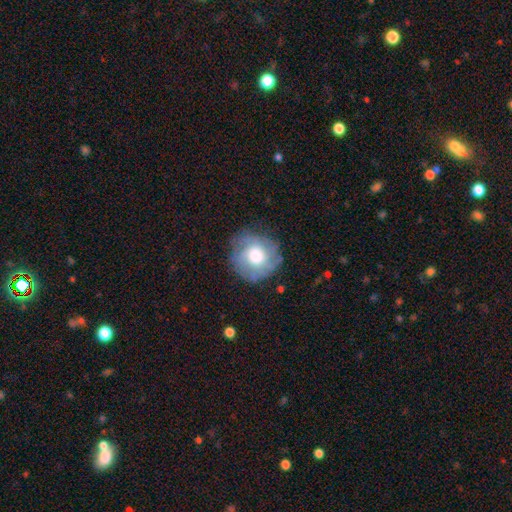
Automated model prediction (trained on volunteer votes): Smooth or featured? featured or disk (47%)
Merging? none (76%)